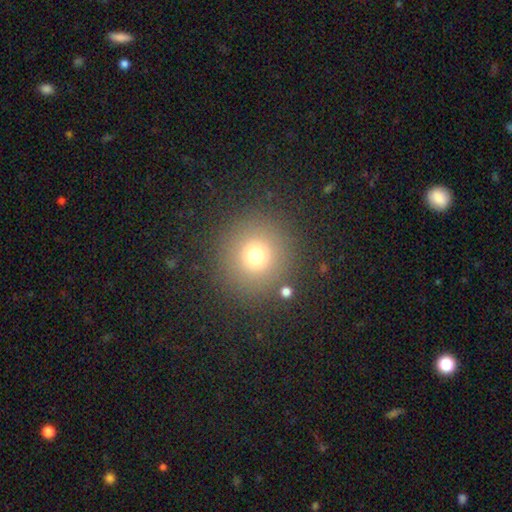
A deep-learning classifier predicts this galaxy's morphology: smooth-or-featured: smooth: 72% | star or artifact: 18% | featured or disk: 10%
  how-rounded: round: 95% | in between: 4% | cigar-shaped: 1%
  merging: none: 87% | minor disturbance: 7% | major disturbance: 4% | merger: 2%